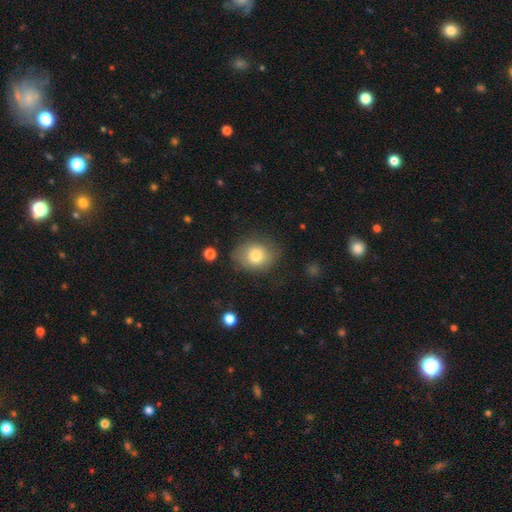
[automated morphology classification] The model was most divided on "how rounded": round: 57%, in between: 42%, cigar-shaped: 1%. More confident: smooth or featured — smooth (78%); merging — none (70%).